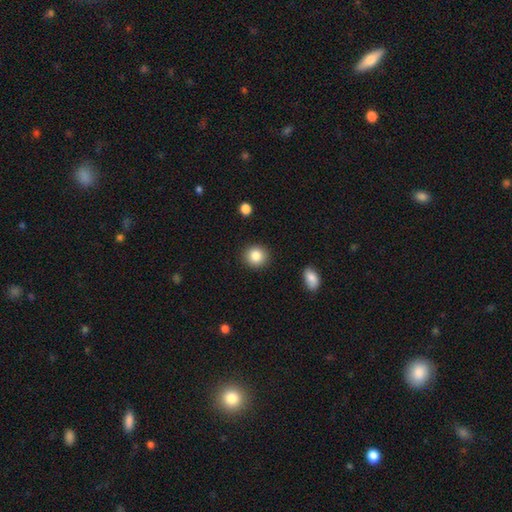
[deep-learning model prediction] Q: Smooth or featured?
A: smooth (86%); runner-up: star or artifact (9%)
Q: How rounded?
A: round (87%); runner-up: in between (12%)
Q: Merging?
A: none (90%); runner-up: minor disturbance (6%)